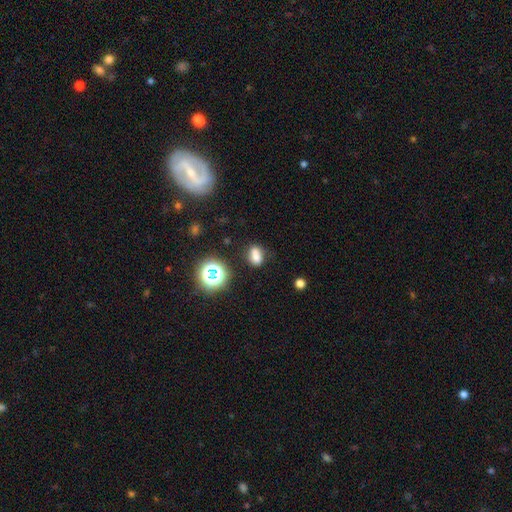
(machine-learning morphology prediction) This appears to be a smooth galaxy with no disk features (70%) that is in between round and cigar-shaped (65%). Merging: none (57%).